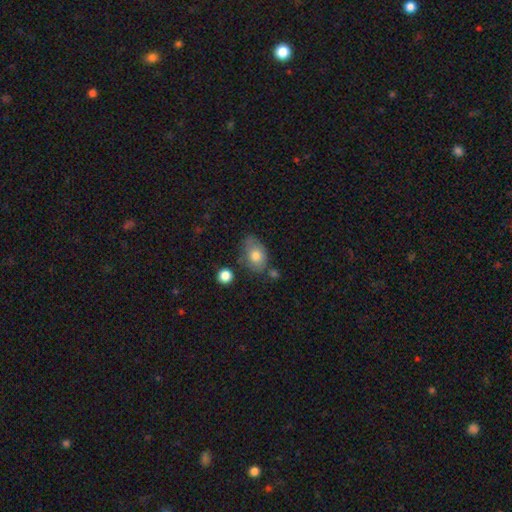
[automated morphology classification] Overall: smooth (74%). How rounded: in between (81%). Merging: none (53%; minor disturbance 30%).